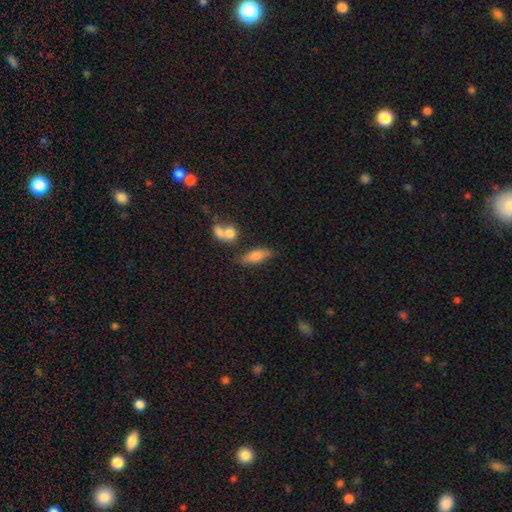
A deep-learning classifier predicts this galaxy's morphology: Smooth or featured?
  - smooth: 71% *
  - featured or disk: 21%
  - star or artifact: 8%
How rounded?
  - in between: 59% *
  - cigar-shaped: 38%
  - round: 4%
Merging?
  - none: 67% *
  - minor disturbance: 15%
  - merger: 13%
  - major disturbance: 5%